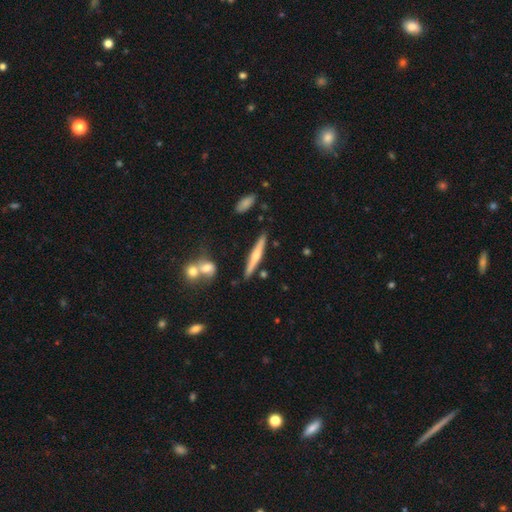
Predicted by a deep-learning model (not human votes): This appears to be a featured or disk galaxy (54%) viewed edge-on (96%) with a rounded central bulge (75%). Merging: none (85%).